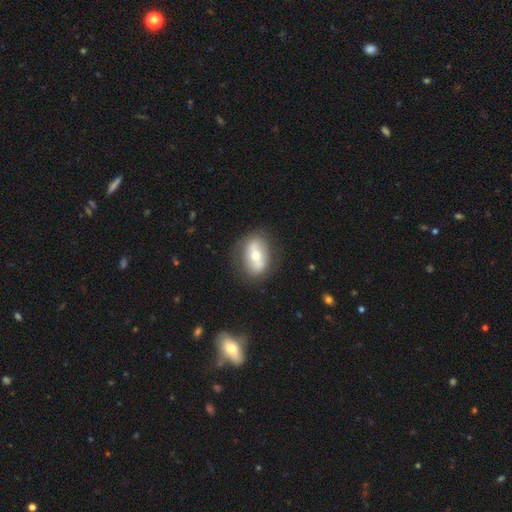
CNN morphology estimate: A featured or disk galaxy (47%).

Vote fractions:
- Smooth or featured? featured or disk: 47% / smooth: 46% / star or artifact: 7%
- Merging? none: 79% / minor disturbance: 14% / major disturbance: 6% / merger: 2%